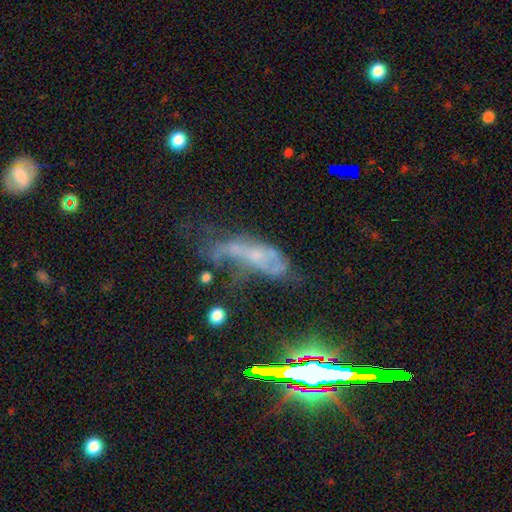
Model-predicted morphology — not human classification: smooth_or_featured: featured or disk (p=0.49) [alt: smooth p=0.26]
merging: major disturbance (p=0.41) [alt: none p=0.27]